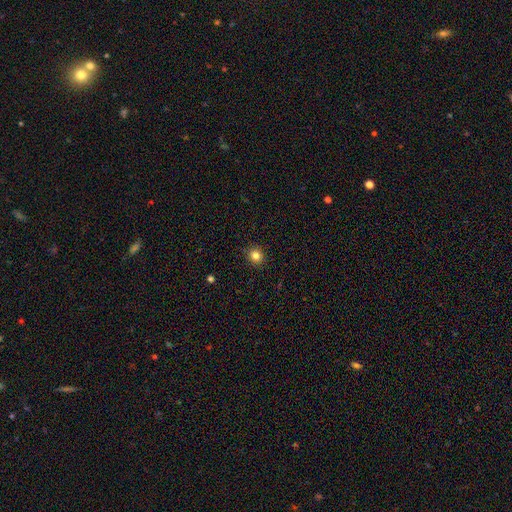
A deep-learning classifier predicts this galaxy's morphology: A smooth galaxy with no disk features (82%) that is round (86%). Merging: none (91%).